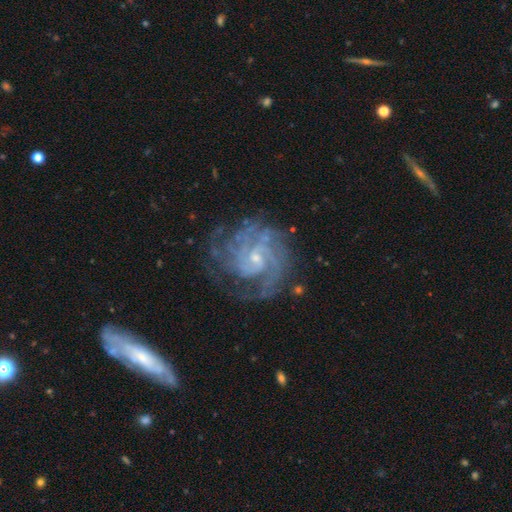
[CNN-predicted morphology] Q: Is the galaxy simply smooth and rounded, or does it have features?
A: featured or disk — 89%.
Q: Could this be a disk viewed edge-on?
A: no — 98%.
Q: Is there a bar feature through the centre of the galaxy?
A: no — 51%.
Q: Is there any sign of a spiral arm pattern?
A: yes — 97%.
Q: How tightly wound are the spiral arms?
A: tight — 63%.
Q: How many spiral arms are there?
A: can't tell — 27%.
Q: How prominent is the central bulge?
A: small — 71%.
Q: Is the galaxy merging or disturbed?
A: none — 70%.